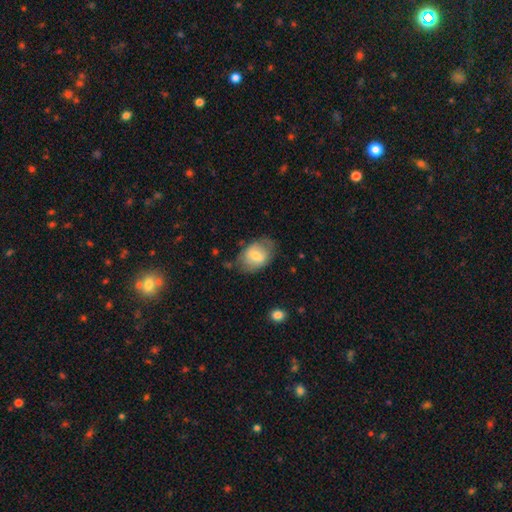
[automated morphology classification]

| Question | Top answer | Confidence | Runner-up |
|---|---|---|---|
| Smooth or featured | smooth | 63% | featured or disk (30%) |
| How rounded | in between | 78% | round (20%) |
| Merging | none | 63% | minor disturbance (25%) |